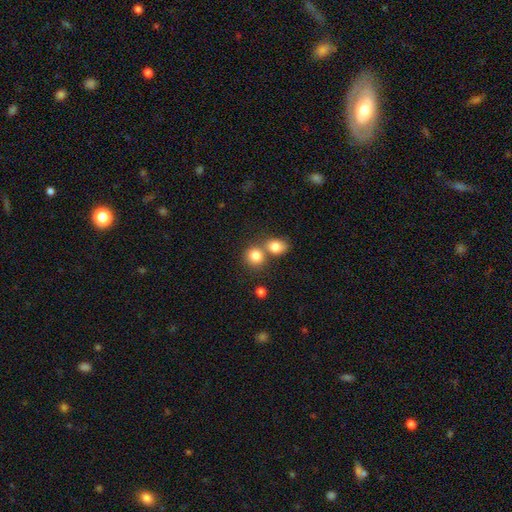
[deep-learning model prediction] smooth_or_featured: smooth (p=0.82) [alt: star or artifact p=0.11]
how_rounded: round (p=0.79) [alt: in between p=0.20]
merging: none (p=0.49) [alt: merger p=0.40]